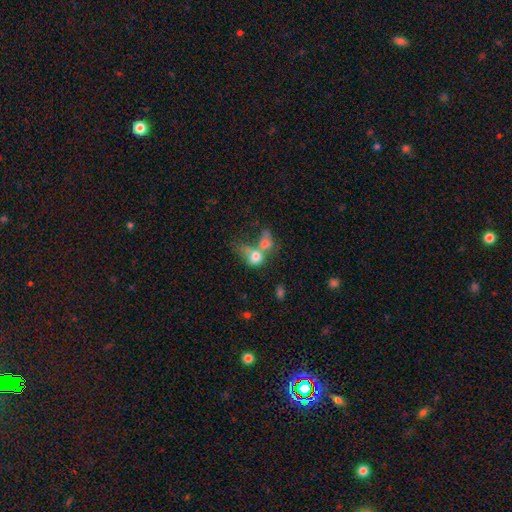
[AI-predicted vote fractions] smooth 70%, featured or disk 20%, star or artifact 10%. Down the decision tree: how rounded — in between (49%); merging — merger (68%).